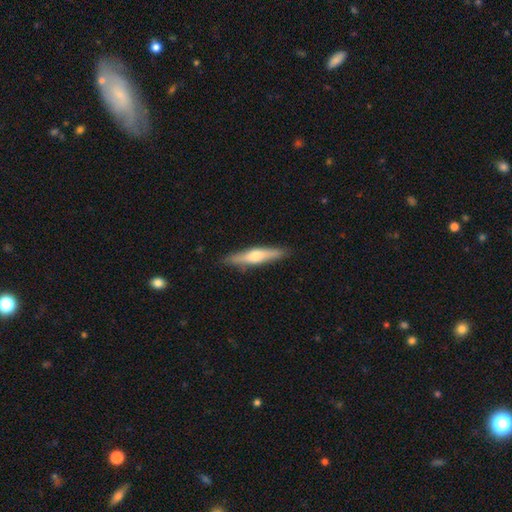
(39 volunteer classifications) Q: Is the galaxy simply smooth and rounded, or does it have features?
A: featured or disk — 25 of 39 (64%).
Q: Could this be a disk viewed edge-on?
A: yes — 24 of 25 (96%).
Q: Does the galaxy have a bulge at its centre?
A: rounded — 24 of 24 (100%).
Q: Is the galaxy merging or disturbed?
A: none — 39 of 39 (100%).